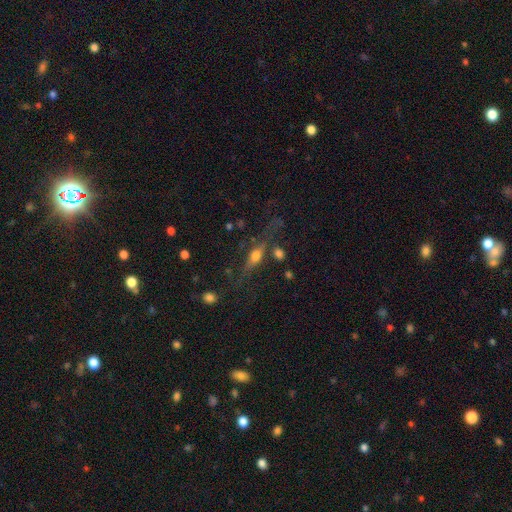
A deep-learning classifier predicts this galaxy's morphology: type=featured or disk (50%); merging=none (65%).